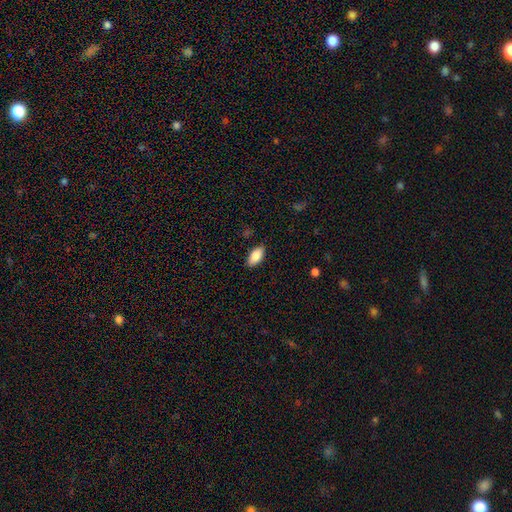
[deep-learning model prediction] Smooth or featured: smooth — 84% (featured or disk — 10%)
How rounded: in between — 91% (cigar-shaped — 7%)
Merging: none — 87% (minor disturbance — 10%)